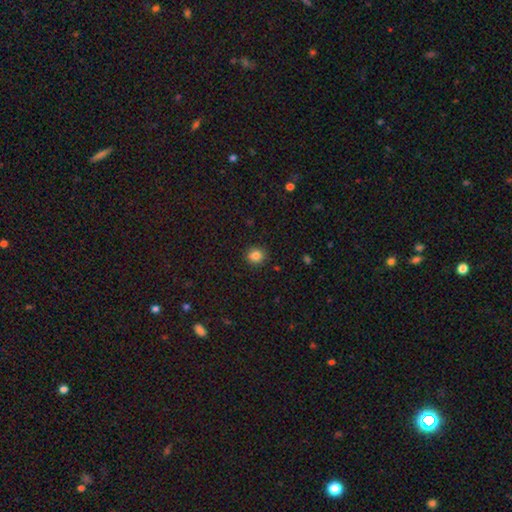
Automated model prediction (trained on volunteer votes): A smooth galaxy with no disk features (84%) that is round (88%).

Vote fractions:
- Smooth or featured? smooth: 84% / star or artifact: 11% / featured or disk: 5%
- How rounded? round: 88% / in between: 11% / cigar-shaped: 1%
- Merging? none: 90% / minor disturbance: 7% / major disturbance: 2% / merger: 1%